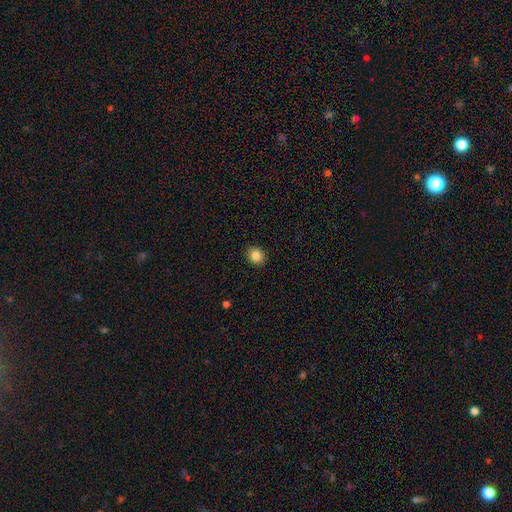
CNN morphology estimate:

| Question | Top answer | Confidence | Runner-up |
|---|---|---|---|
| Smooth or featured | smooth | 85% | star or artifact (10%) |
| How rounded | round | 79% | in between (20%) |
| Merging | none | 92% | minor disturbance (6%) |